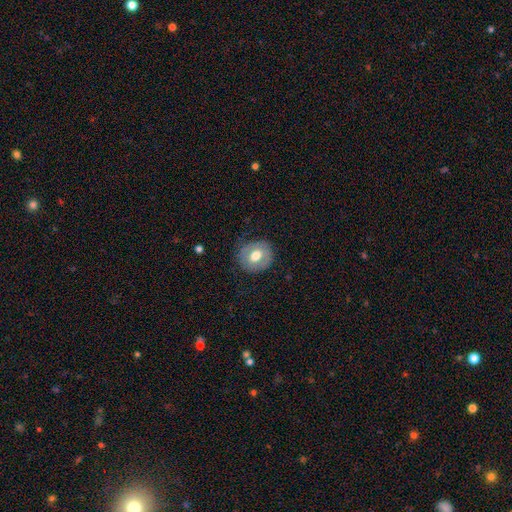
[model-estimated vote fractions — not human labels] A smooth galaxy with no disk features (58%) that is round (72%).

Vote fractions:
- Smooth or featured? smooth: 58% / featured or disk: 35% / star or artifact: 7%
- How rounded? round: 72% / in between: 27% / cigar-shaped: 1%
- Merging? none: 78% / minor disturbance: 15% / major disturbance: 5% / merger: 1%